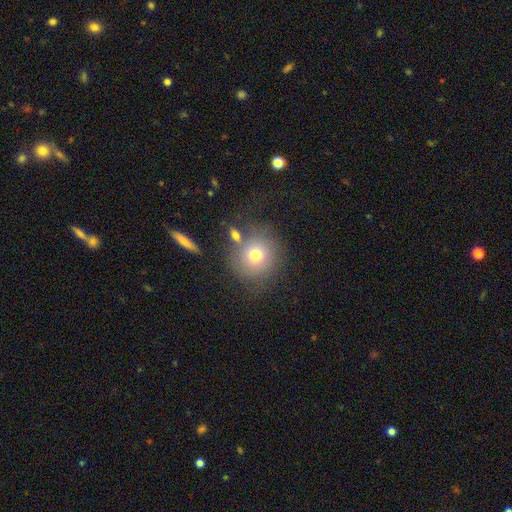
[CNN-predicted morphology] This appears to be a smooth galaxy with no disk features (70%) that is round (90%). Merging: none (71%).